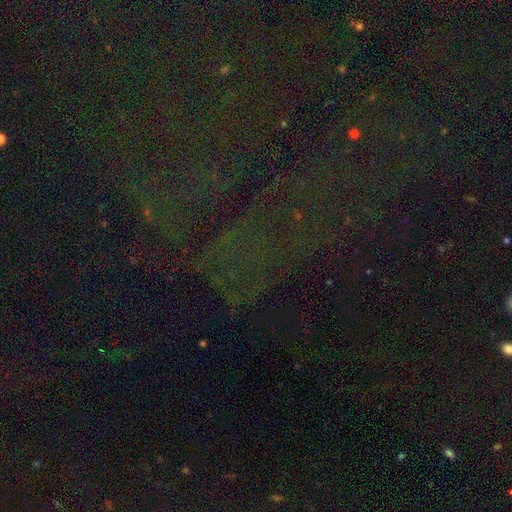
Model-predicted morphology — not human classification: A star or artifact, not a galaxy (77%).

Vote fractions:
- Smooth or featured? star or artifact: 77% / smooth: 12% / featured or disk: 11%